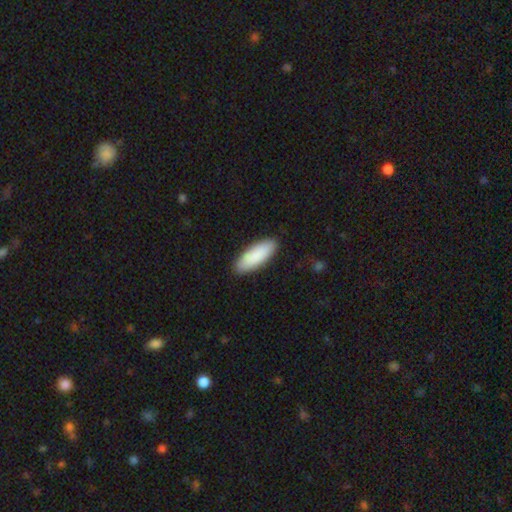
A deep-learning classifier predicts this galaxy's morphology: This is clearly a smooth galaxy (89%). How rounded: likely in between (68%). Merging: clearly none (90%).